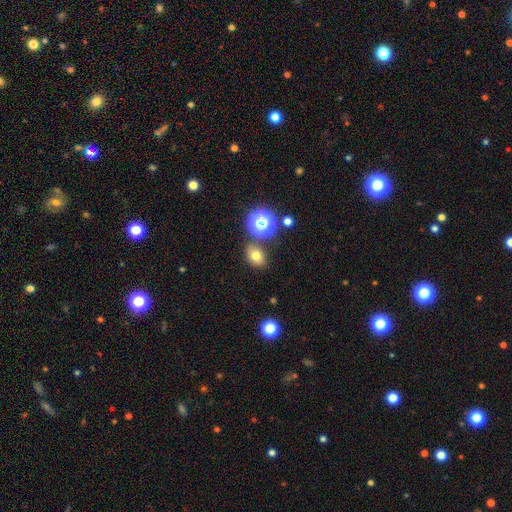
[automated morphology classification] The model was most divided on "how rounded": in between: 57%, round: 42%, cigar-shaped: 1%. More confident: merging — none (79%); smooth or featured — smooth (72%).